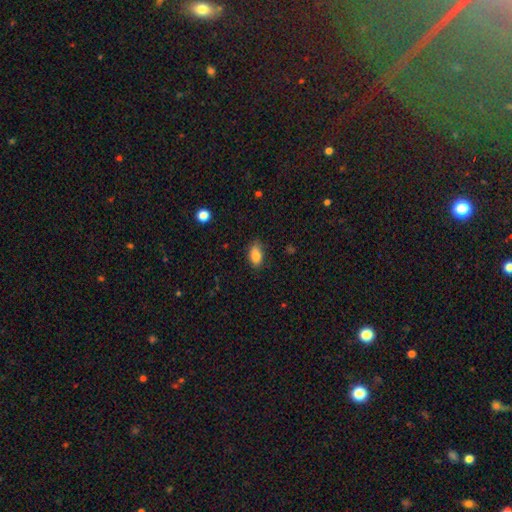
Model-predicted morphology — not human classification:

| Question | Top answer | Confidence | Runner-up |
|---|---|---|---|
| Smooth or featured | smooth | 85% | star or artifact (8%) |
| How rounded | in between | 89% | round (6%) |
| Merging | none | 78% | minor disturbance (17%) |